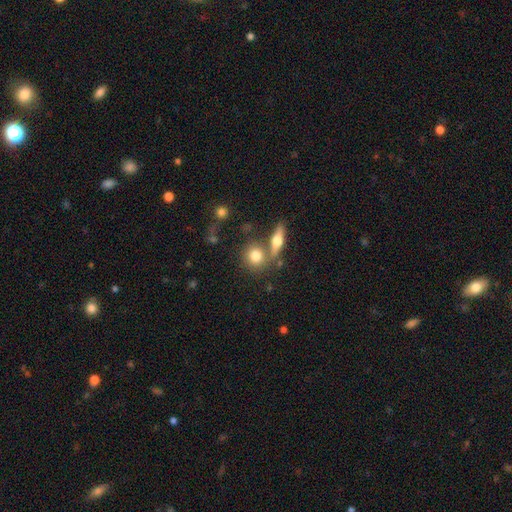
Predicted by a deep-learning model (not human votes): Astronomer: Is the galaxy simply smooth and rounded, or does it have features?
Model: smooth — 75%.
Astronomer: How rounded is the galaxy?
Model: round — 76%.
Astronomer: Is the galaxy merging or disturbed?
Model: none — 63%.